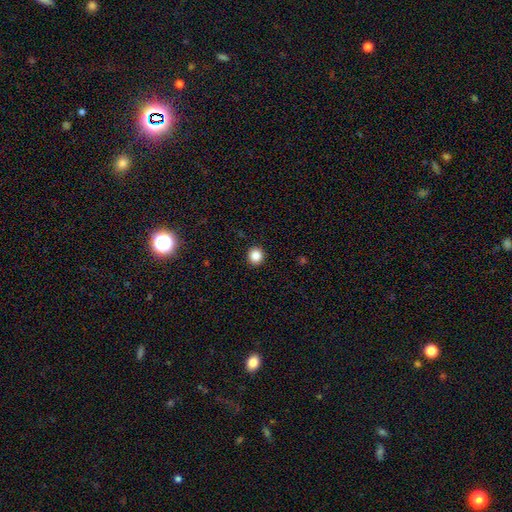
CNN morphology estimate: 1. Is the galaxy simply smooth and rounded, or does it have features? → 86% smooth, 10% star or artifact, 4% featured or disk.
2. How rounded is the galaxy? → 91% round, 8% in between, 1% cigar-shaped.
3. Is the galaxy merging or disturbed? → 93% none, 5% minor disturbance, 2% major disturbance, 1% merger.